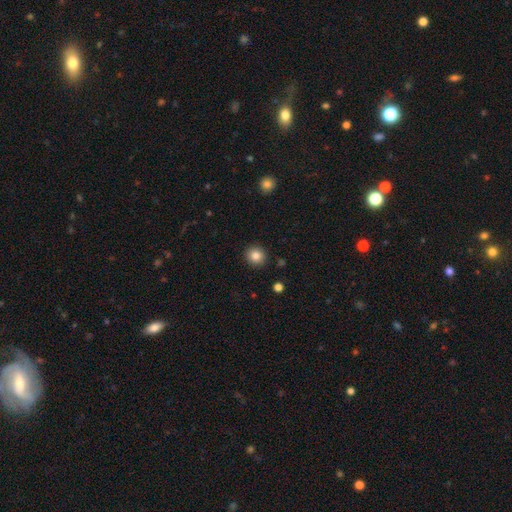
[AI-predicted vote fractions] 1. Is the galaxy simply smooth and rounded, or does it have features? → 84% smooth, 10% star or artifact, 6% featured or disk.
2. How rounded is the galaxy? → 90% round, 9% in between, 1% cigar-shaped.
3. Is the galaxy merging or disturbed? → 91% none, 6% minor disturbance, 2% major disturbance, 1% merger.